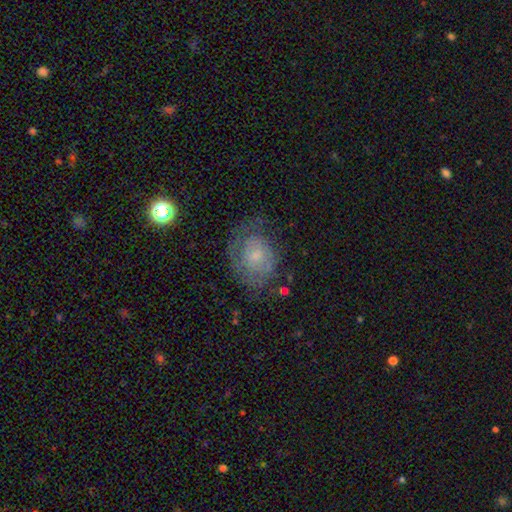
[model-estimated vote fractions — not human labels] The model was most divided on "smooth or featured": featured or disk: 53%, smooth: 36%, star or artifact: 11%. More confident: edge-on disk — no (97%); bar — no (77%); spiral arms — yes (67%); bulge size — small (60%); merging — none (58%).